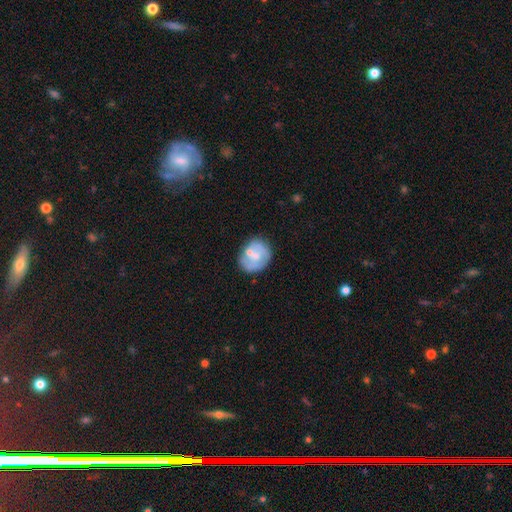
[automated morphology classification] Overall: smooth (47%; featured or disk 46%). Merging: none (53%; minor disturbance 22%).